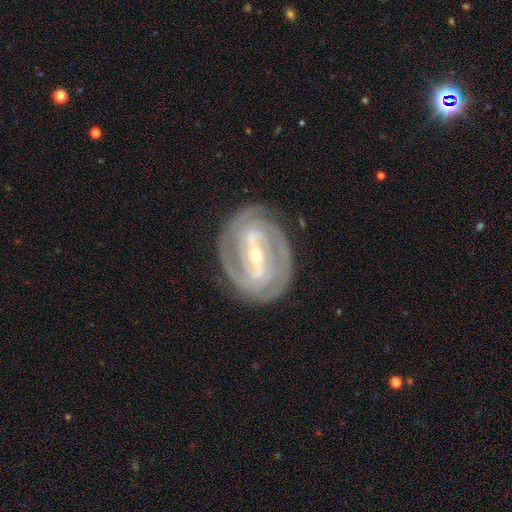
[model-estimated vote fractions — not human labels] Smooth or featured: featured or disk — 89% (smooth — 6%)
Edge-on disk: no — 95% (yes — 5%)
Bar: strong — 68% (weak — 23%)
Spiral arms: yes — 95% (no — 5%)
Spiral winding: tight — 71% (medium — 25%)
Spiral arm count: 2 — 52% (3 — 19%)
Bulge size: small — 63% (moderate — 34%)
Merging: none — 82% (minor disturbance — 12%)